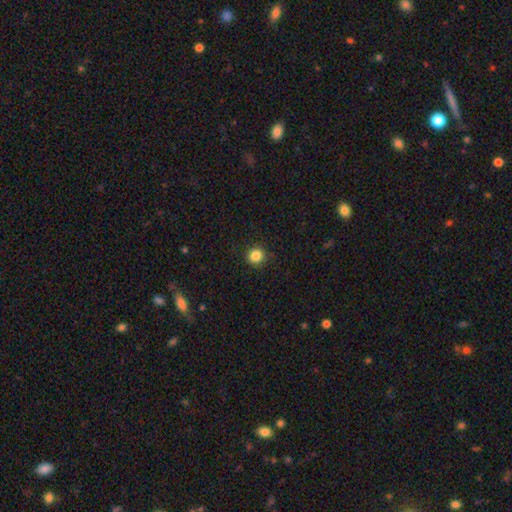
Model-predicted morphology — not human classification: A smooth galaxy with no disk features (85%) that is round (91%). Merging: none (91%).